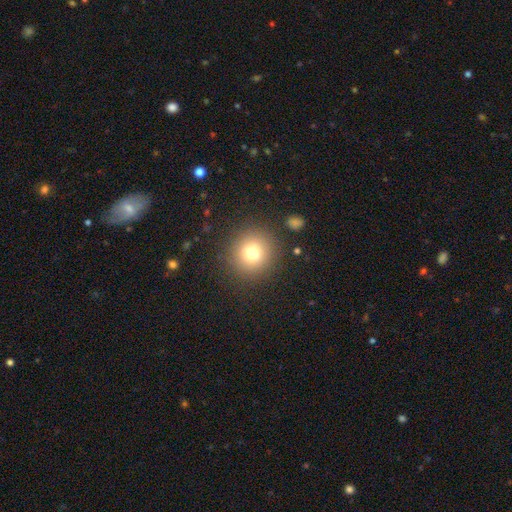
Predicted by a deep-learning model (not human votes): This appears to be a smooth galaxy with no disk features (76%) that is round (91%). Merging: none (86%).